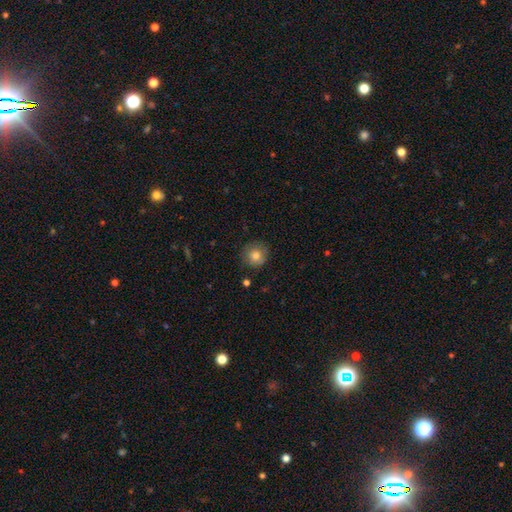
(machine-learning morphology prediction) Q: Smooth or featured?
A: smooth (80%); runner-up: featured or disk (11%)
Q: How rounded?
A: round (91%); runner-up: in between (9%)
Q: Merging?
A: none (82%); runner-up: minor disturbance (13%)